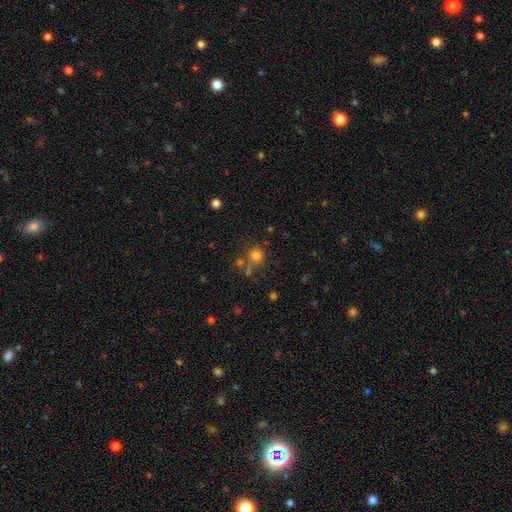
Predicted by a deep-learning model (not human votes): Smooth or featured? Predicted: smooth (p=0.76). How rounded? Predicted: round (p=0.90). Merging? Predicted: none (p=0.68).